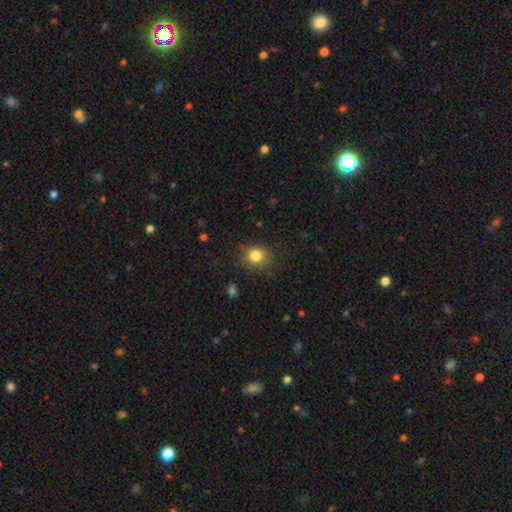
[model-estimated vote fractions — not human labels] Smooth or featured: smooth — 82% (star or artifact — 12%)
How rounded: round — 78% (in between — 21%)
Merging: none — 82% (minor disturbance — 13%)